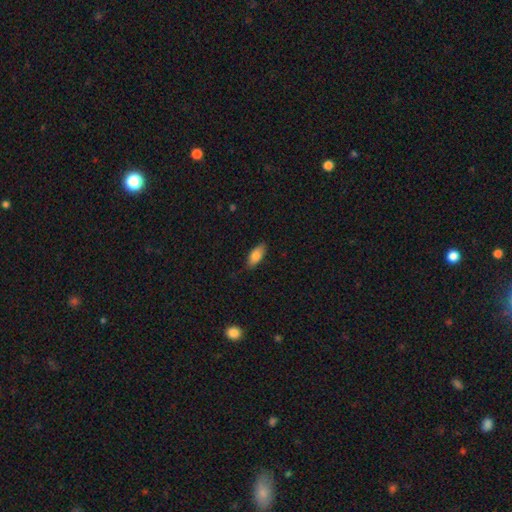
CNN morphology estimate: Smooth or featured?
  - smooth: 83% *
  - featured or disk: 11%
  - star or artifact: 7%
How rounded?
  - in between: 83% *
  - cigar-shaped: 15%
  - round: 2%
Merging?
  - none: 82% *
  - minor disturbance: 14%
  - major disturbance: 3%
  - merger: 1%